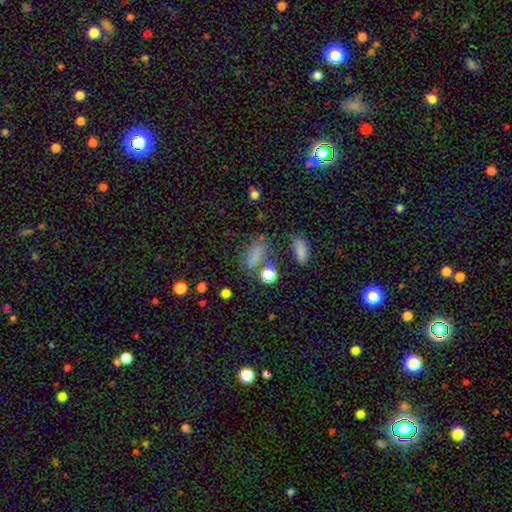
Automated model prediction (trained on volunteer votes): This appears to be a smooth galaxy with no disk features (63%) that is in between round and cigar-shaped (65%). Merging: none (50%).